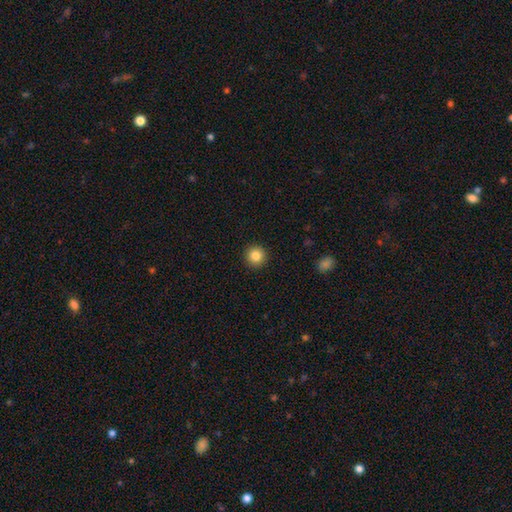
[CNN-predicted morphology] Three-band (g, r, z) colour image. It shows a smooth galaxy with no disk features (85%) that is round (95%). Merging: none (93%).